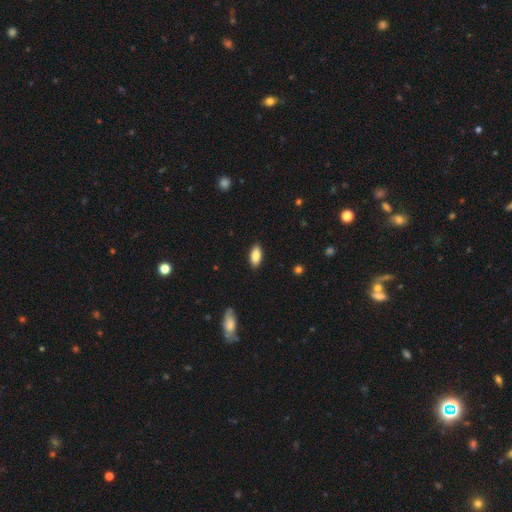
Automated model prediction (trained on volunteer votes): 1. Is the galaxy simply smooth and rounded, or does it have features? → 84% smooth, 9% featured or disk, 7% star or artifact.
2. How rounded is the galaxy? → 90% in between, 8% cigar-shaped, 3% round.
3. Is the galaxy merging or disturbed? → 88% none, 9% minor disturbance, 2% major disturbance, 1% merger.